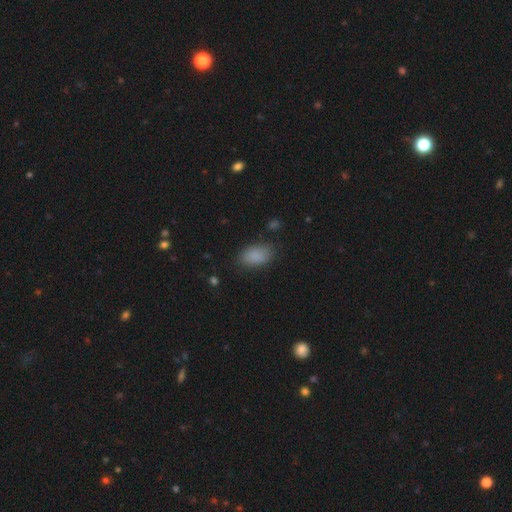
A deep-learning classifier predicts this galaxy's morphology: This appears to be a smooth galaxy with no disk features (87%) that is in between round and cigar-shaped (92%). Merging: none (82%).